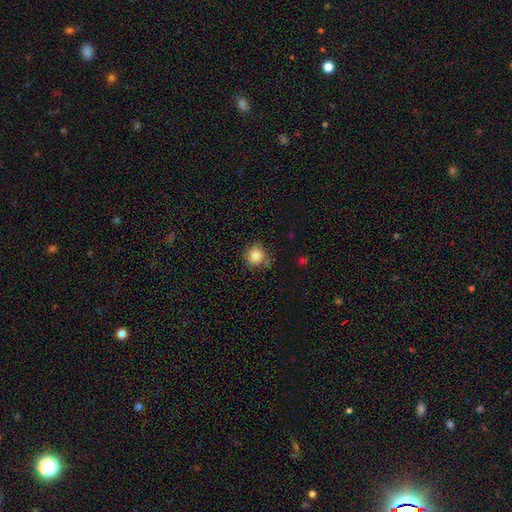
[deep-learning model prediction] smooth-or-featured: smooth: 86% | star or artifact: 10% | featured or disk: 4%
  how-rounded: round: 90% | in between: 9% | cigar-shaped: 1%
  merging: none: 72% | minor disturbance: 19% | major disturbance: 5% | merger: 4%